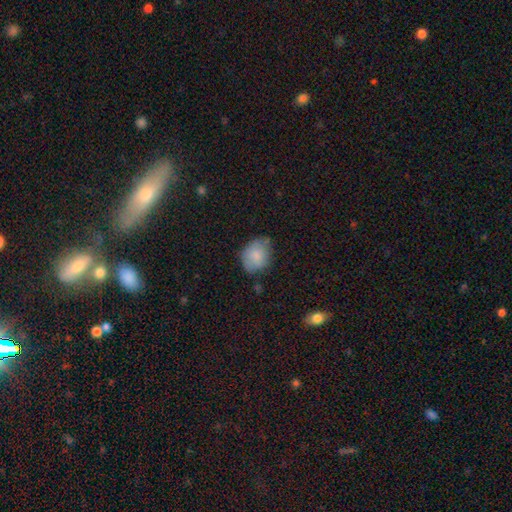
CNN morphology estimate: Q: Smooth or featured?
A: smooth (80%); runner-up: featured or disk (13%)
Q: How rounded?
A: in between (51%); runner-up: round (48%)
Q: Merging?
A: none (58%); runner-up: minor disturbance (32%)